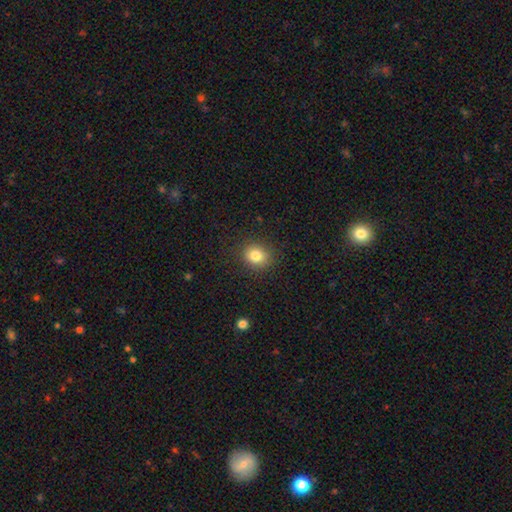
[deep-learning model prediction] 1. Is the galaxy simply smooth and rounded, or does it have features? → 82% smooth, 11% star or artifact, 7% featured or disk.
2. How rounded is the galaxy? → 73% round, 26% in between, 1% cigar-shaped.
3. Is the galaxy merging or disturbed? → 88% none, 8% minor disturbance, 3% major disturbance, 1% merger.